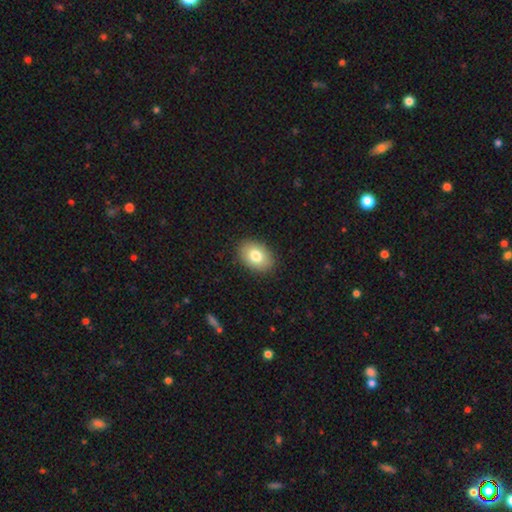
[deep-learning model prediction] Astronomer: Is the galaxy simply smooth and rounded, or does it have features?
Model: smooth — 80%.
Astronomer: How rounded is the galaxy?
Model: in between — 80%.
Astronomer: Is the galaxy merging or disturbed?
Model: none — 89%.